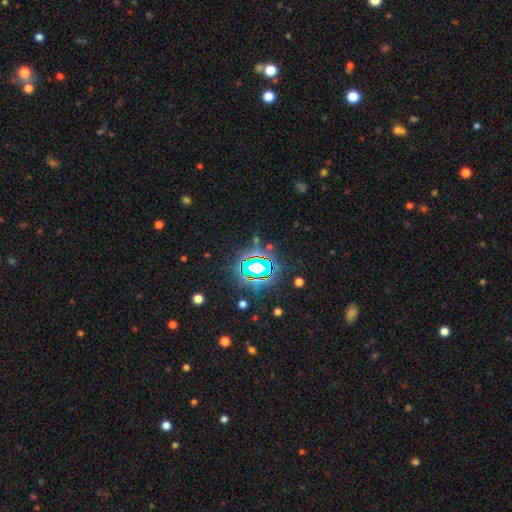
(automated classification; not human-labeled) Smooth or featured: star or artifact — 72% (smooth — 16%)